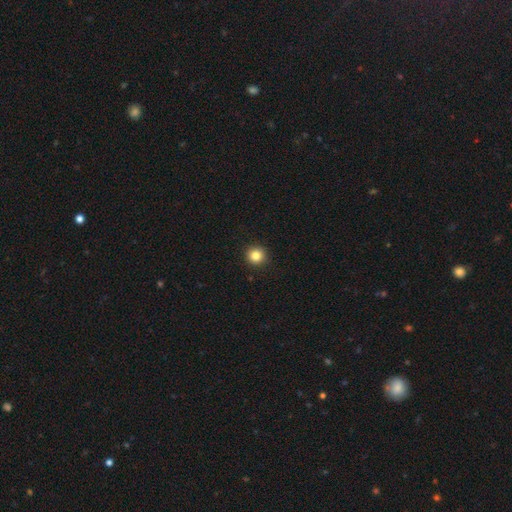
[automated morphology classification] smooth 84%, star or artifact 11%, featured or disk 5%. Down the decision tree: how rounded — round (95%); merging — none (93%).